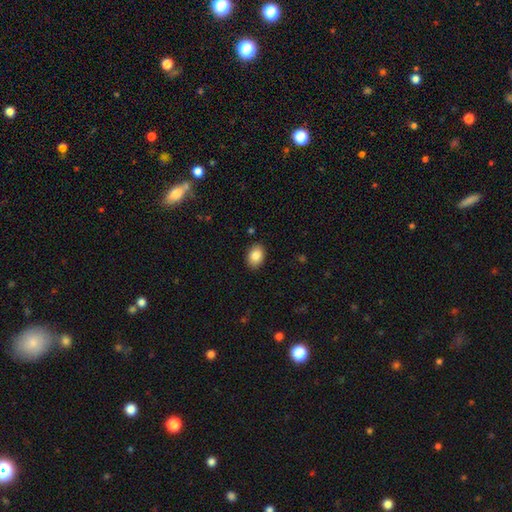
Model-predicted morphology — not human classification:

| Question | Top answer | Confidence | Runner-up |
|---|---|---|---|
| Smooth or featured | smooth | 86% | star or artifact (8%) |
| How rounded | in between | 81% | round (18%) |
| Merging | none | 89% | minor disturbance (8%) |